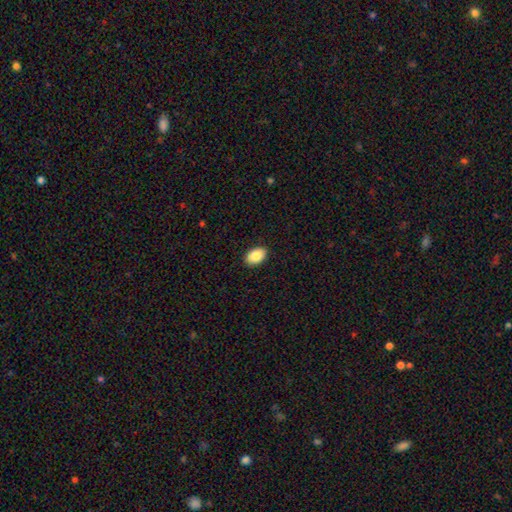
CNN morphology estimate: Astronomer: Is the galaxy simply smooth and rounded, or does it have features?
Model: smooth — 87%.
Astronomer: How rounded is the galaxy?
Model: in between — 87%.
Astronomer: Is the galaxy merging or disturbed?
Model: none — 90%.